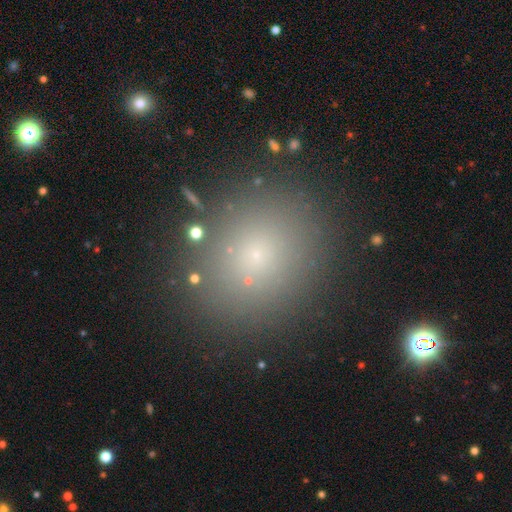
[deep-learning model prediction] This appears to be a smooth galaxy with no disk features (67%) that is round (76%). Merging: none (86%).